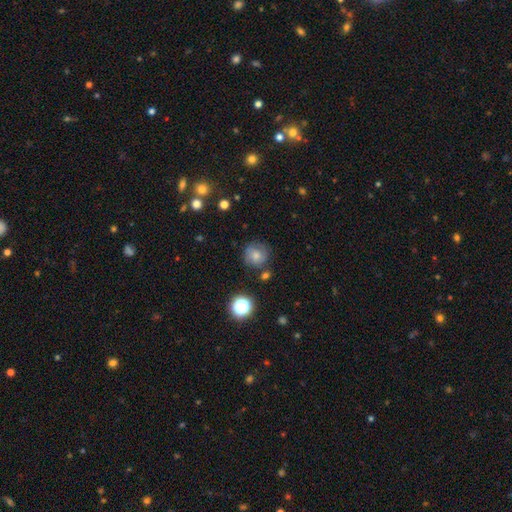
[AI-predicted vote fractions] Overall: smooth (66%). How rounded: round (89%). Merging: none (72%).